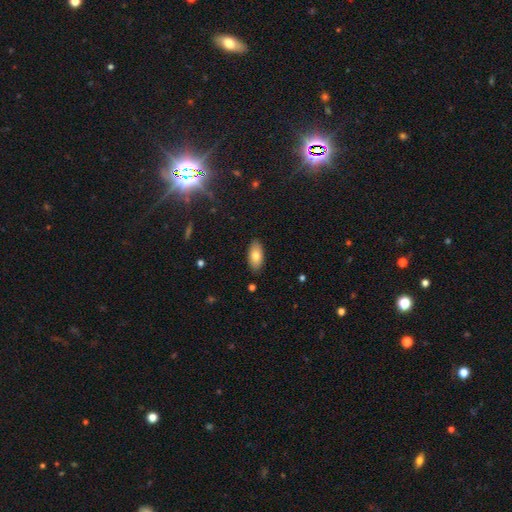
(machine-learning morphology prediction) Overall: smooth (77%). How rounded: in between (92%). Merging: none (88%).